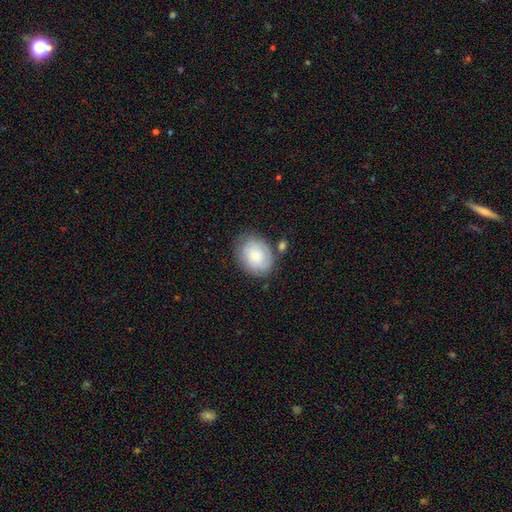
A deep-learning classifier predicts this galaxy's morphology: The model was most divided on "how rounded": in between: 59%, round: 40%, cigar-shaped: 1%. More confident: merging — none (69%); smooth or featured — smooth (66%).